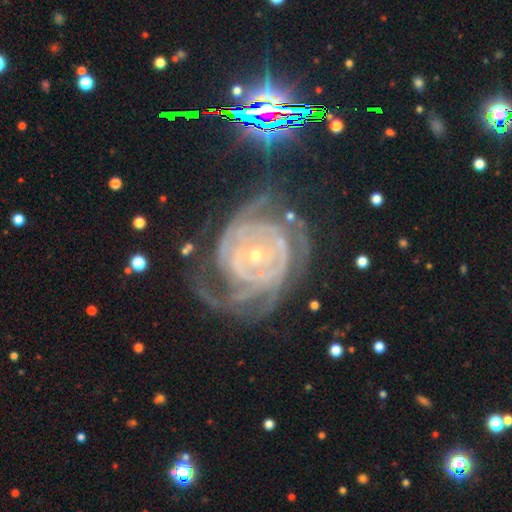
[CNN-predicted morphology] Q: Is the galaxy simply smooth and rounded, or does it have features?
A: featured or disk — 89%.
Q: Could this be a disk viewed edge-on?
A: no — 97%.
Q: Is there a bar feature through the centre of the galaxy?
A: no — 74%.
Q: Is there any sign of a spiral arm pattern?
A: yes — 96%.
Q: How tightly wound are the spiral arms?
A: tight — 76%.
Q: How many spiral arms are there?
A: can't tell — 28%.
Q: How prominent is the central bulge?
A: small — 76%.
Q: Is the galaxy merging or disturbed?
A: none — 57%.